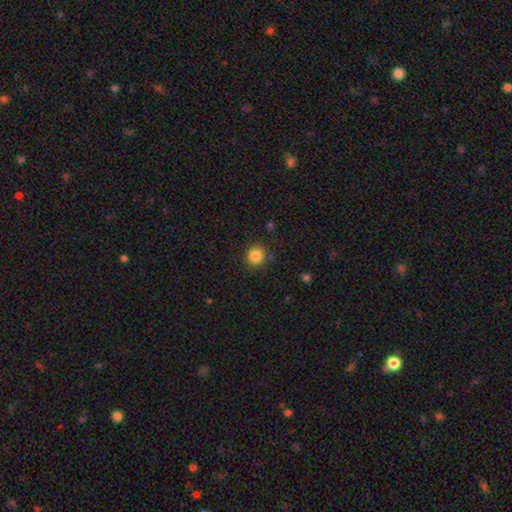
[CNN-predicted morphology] type=smooth (86%); roundness=round (86%); merging=none (87%).